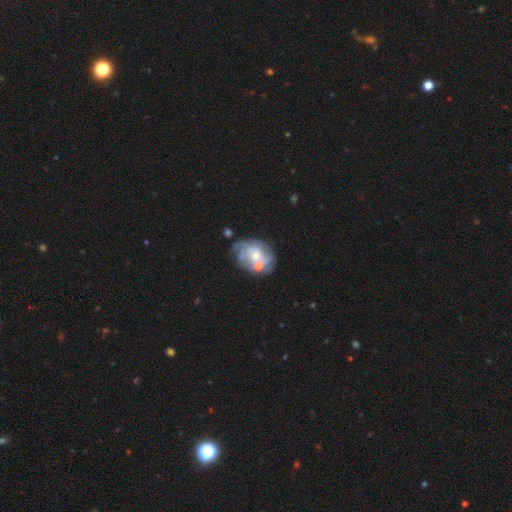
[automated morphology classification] Smooth or featured? Predicted: featured or disk (p=0.70). Edge-on disk? Predicted: no (p=0.97). Bar? Predicted: no (p=0.76). Spiral arms? Predicted: yes (p=0.70). Bulge size? Predicted: moderate (p=0.44). Merging? Predicted: none (p=0.46).